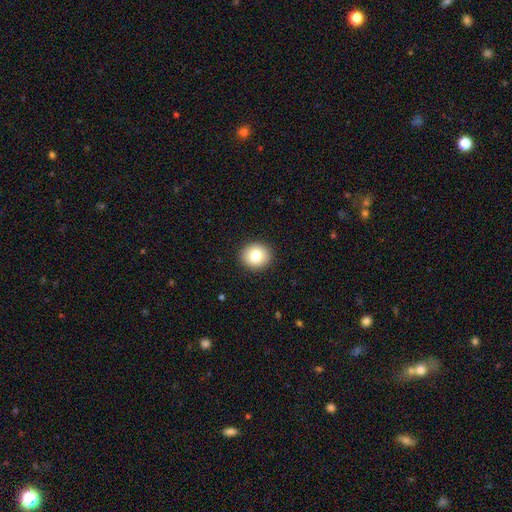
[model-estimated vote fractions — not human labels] Q: Smooth or featured?
A: smooth (80%); runner-up: featured or disk (11%)
Q: How rounded?
A: round (76%); runner-up: in between (23%)
Q: Merging?
A: none (92%); runner-up: minor disturbance (6%)